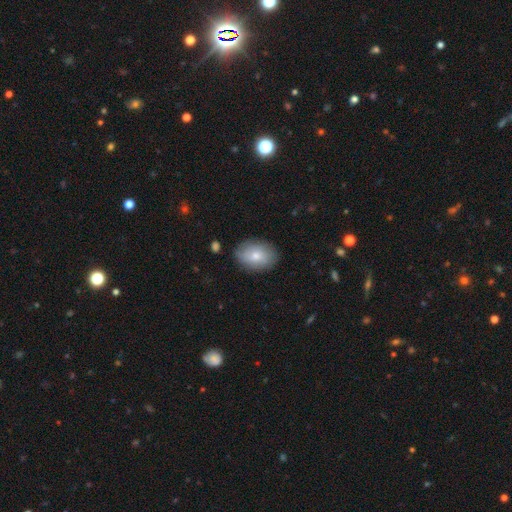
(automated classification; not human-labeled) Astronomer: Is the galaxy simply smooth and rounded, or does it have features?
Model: smooth — 75%.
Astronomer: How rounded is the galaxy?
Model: in between — 82%.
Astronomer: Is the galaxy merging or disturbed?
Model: none — 83%.